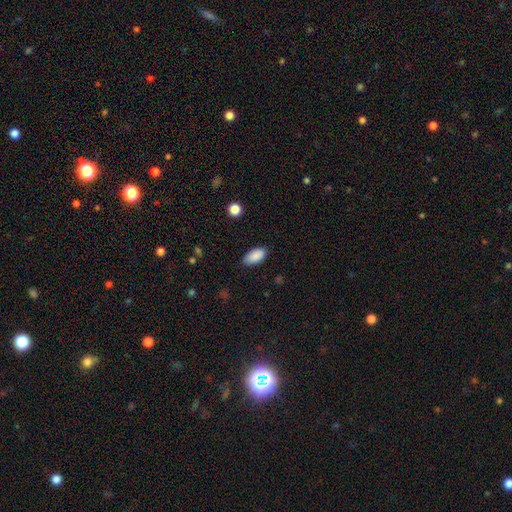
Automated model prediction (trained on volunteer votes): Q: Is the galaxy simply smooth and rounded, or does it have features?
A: smooth — 89%.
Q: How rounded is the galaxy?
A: in between — 92%.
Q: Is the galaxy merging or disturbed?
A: none — 82%.